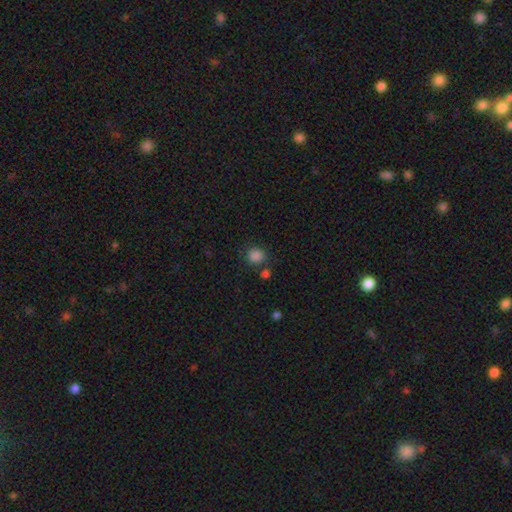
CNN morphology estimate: smooth-or-featured: smooth: 84% | star or artifact: 13% | featured or disk: 3%
  how-rounded: round: 80% | in between: 19% | cigar-shaped: 1%
  merging: none: 77% | minor disturbance: 11% | merger: 9% | major disturbance: 4%